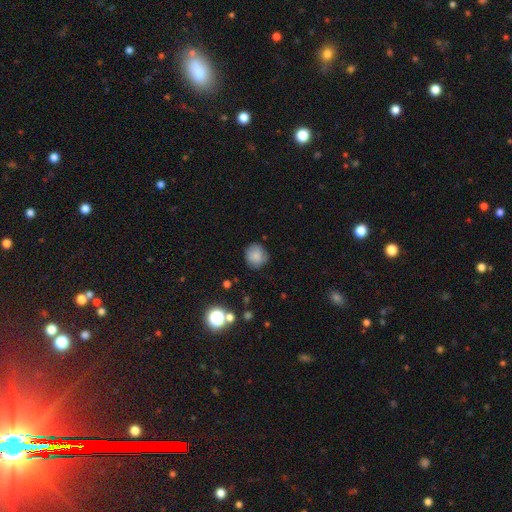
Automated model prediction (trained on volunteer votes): Morphology: type=smooth (81%); roundness=round (87%); merging=none (77%).